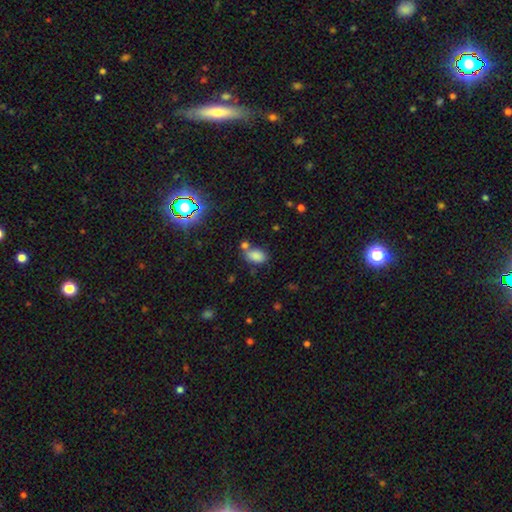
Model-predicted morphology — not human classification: Smooth or featured?
  - smooth: 81% *
  - star or artifact: 13%
  - featured or disk: 6%
How rounded?
  - in between: 88% *
  - round: 11%
  - cigar-shaped: 2%
Merging?
  - none: 56% *
  - merger: 23%
  - minor disturbance: 15%
  - major disturbance: 5%